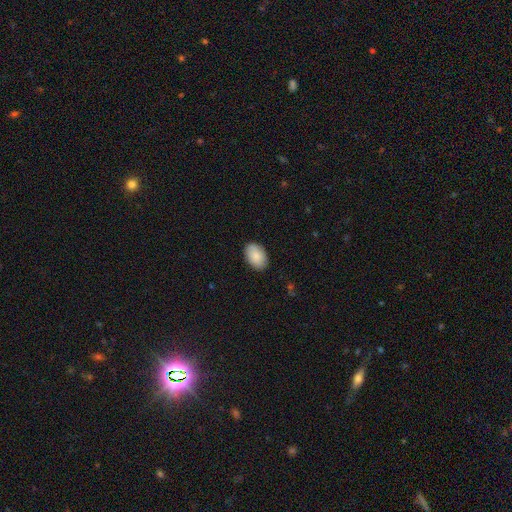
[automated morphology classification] Smooth or featured?
  - smooth: 87% *
  - featured or disk: 7%
  - star or artifact: 6%
How rounded?
  - in between: 90% *
  - round: 9%
  - cigar-shaped: 1%
Merging?
  - none: 87% *
  - minor disturbance: 10%
  - major disturbance: 2%
  - merger: 1%